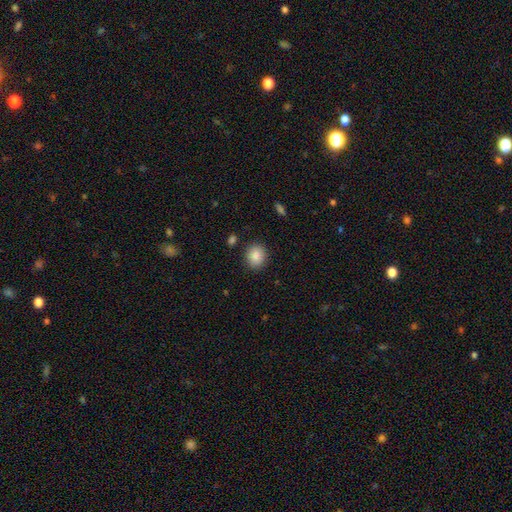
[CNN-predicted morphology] Smooth or featured?
  - smooth: 87% *
  - star or artifact: 8%
  - featured or disk: 5%
How rounded?
  - round: 70% *
  - in between: 29%
  - cigar-shaped: 1%
Merging?
  - none: 88% *
  - minor disturbance: 8%
  - major disturbance: 2%
  - merger: 2%